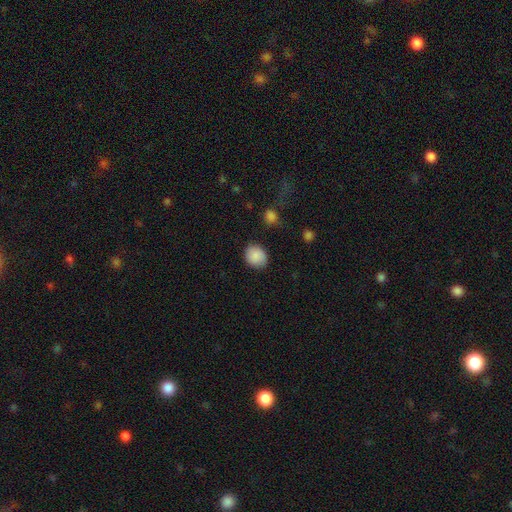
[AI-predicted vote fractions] This appears to be a smooth galaxy with no disk features (88%) that is round (65%). Merging: none (84%).